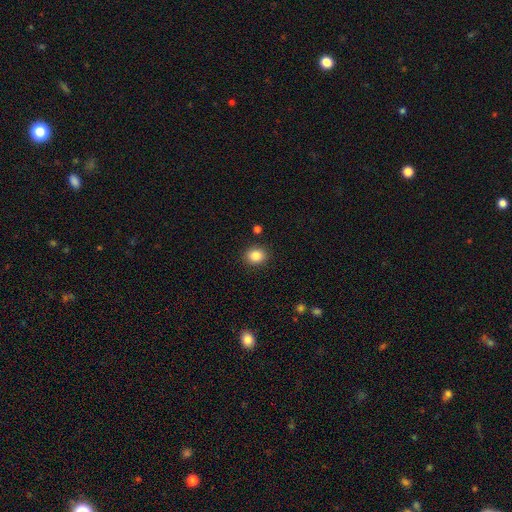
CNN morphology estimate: This appears to be a smooth galaxy with no disk features (85%) that is round (65%). Merging: none (89%).